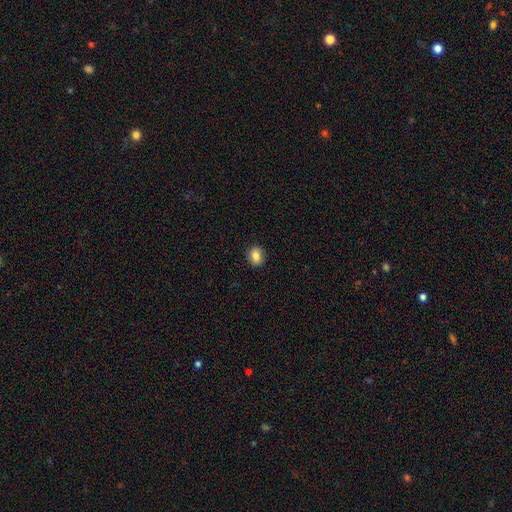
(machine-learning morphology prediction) Q: Smooth or featured?
A: smooth (83%); runner-up: star or artifact (9%)
Q: How rounded?
A: round (54%); runner-up: in between (45%)
Q: Merging?
A: none (89%); runner-up: minor disturbance (8%)